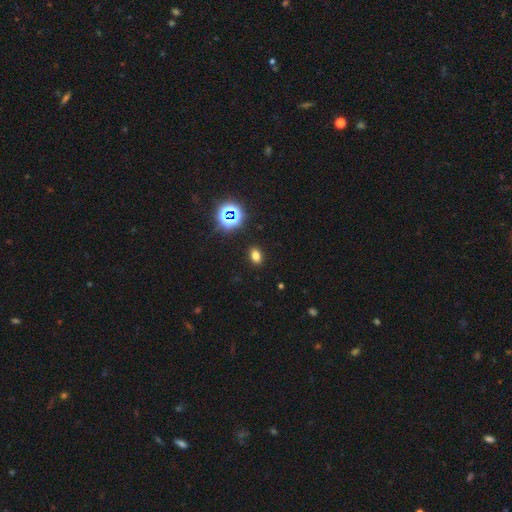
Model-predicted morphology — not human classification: Smooth or featured? Predicted: smooth (p=0.71). How rounded? Predicted: in between (p=0.74). Merging? Predicted: none (p=0.89).